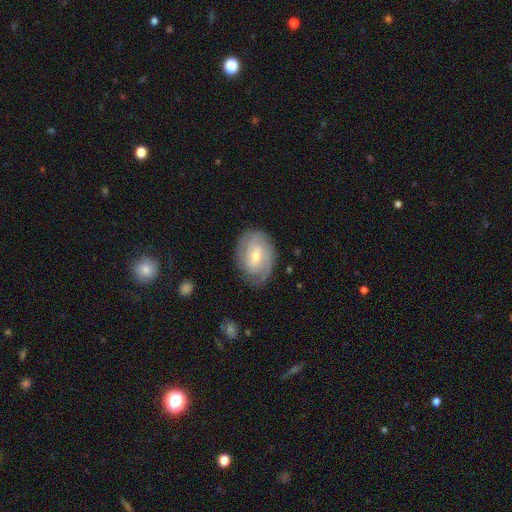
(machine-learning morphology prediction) This appears to be a featured or disk galaxy (82%) with a weak bar (53%), 2 (43%) tight (66%) spiral arms (95%) and a moderate central bulge (53%). Merging: none (81%).